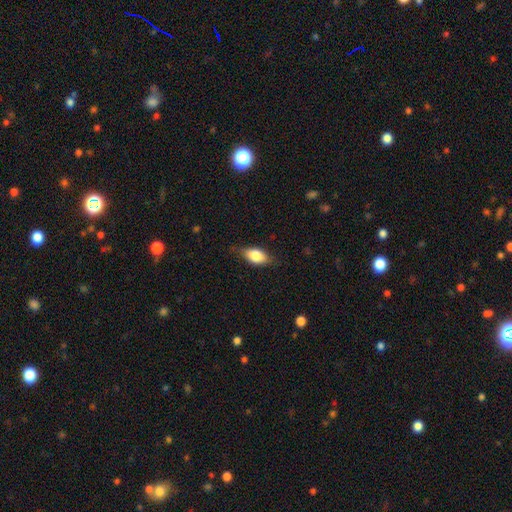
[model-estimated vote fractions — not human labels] Smooth or featured: smooth — 74% (featured or disk — 18%)
How rounded: in between — 85% (cigar-shaped — 7%)
Merging: none — 72% (minor disturbance — 22%)